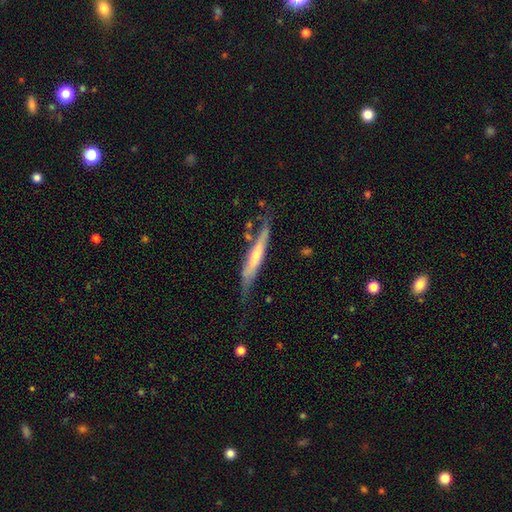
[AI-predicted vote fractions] This is possibly a featured or disk galaxy (54%). It is clearly viewed edge-on (83%). Merging: possibly none (54%).